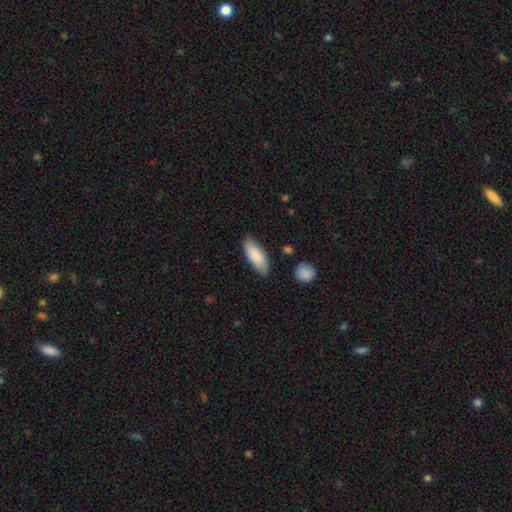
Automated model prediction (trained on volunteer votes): smooth_or_featured: smooth (p=0.85) [alt: featured or disk p=0.09]
how_rounded: in between (p=0.74) [alt: cigar-shaped p=0.24]
merging: none (p=0.82) [alt: minor disturbance p=0.14]